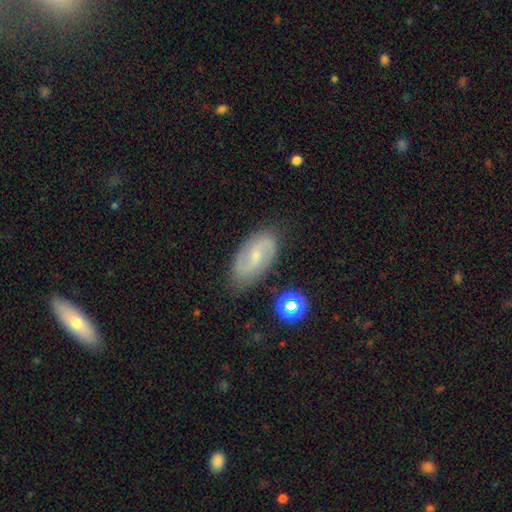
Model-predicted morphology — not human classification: Smooth or featured?
  - featured or disk: 76% *
  - smooth: 16%
  - star or artifact: 7%
Edge-on disk?
  - no: 96% *
  - yes: 4%
Bar?
  - weak: 49% *
  - no: 38%
  - strong: 13%
Spiral arms?
  - yes: 94% *
  - no: 6%
Spiral winding?
  - medium: 46% *
  - loose: 32%
  - tight: 22%
Spiral arm count?
  - 2: 89% *
  - can't tell: 6%
  - 1: 2%
  - 3: 1%
  - 4: 1%
  - more than 4: 1%
Bulge size?
  - small: 71% *
  - moderate: 21%
  - none: 6%
  - large: 1%
  - dominant: 1%
Merging?
  - none: 81% *
  - minor disturbance: 14%
  - major disturbance: 3%
  - merger: 2%